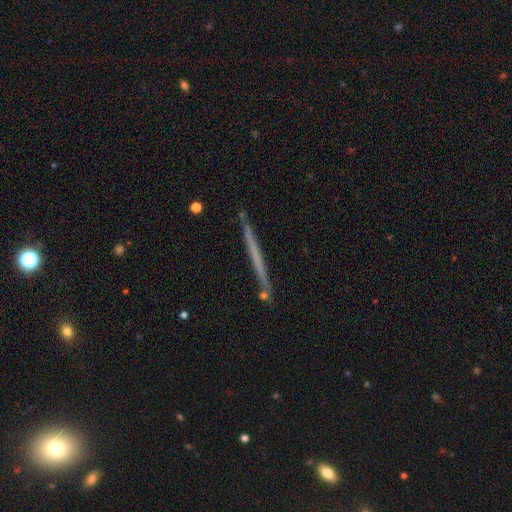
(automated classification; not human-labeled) Smooth or featured?
  - featured or disk: 54% *
  - smooth: 40%
  - star or artifact: 6%
Edge-on disk?
  - yes: 97% *
  - no: 3%
Edge-on bulge?
  - none: 93% *
  - rounded: 5%
  - boxy: 3%
Merging?
  - none: 88% *
  - minor disturbance: 8%
  - merger: 2%
  - major disturbance: 2%